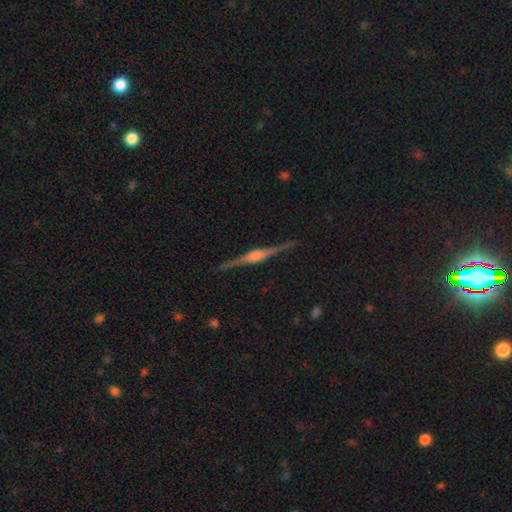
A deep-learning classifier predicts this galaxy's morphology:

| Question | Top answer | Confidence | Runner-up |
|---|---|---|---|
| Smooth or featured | featured or disk | 86% | smooth (8%) |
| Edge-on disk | yes | 98% | no (2%) |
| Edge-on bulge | rounded | 79% | boxy (17%) |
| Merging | none | 90% | minor disturbance (8%) |